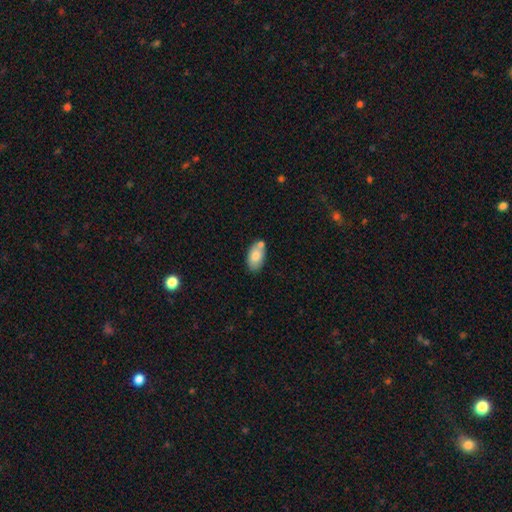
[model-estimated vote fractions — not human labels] This is likely a smooth galaxy (77%). How rounded: clearly in between (93%). Merging: possibly none (59%).